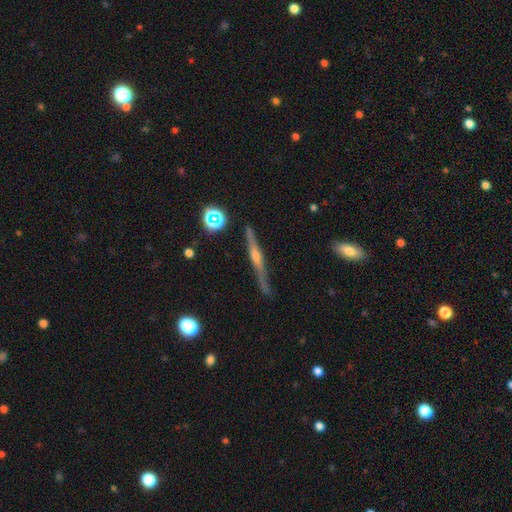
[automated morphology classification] A featured or disk galaxy (78%) viewed edge-on (97%) with a rounded central bulge (84%). Merging: none (85%).